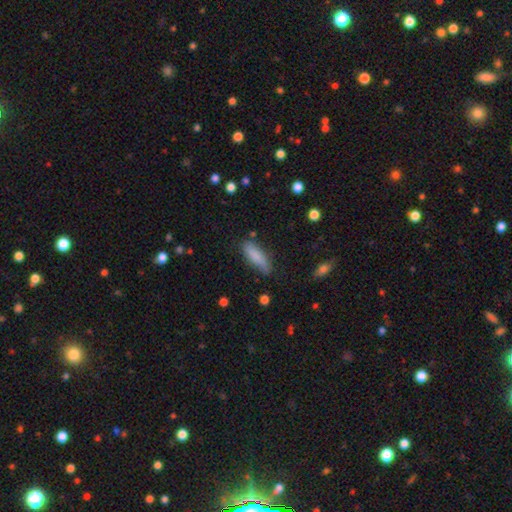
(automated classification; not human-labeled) The model was most divided on "how rounded": cigar-shaped: 51%, in between: 47%, round: 2%. More confident: smooth or featured — smooth (83%); merging — none (74%).